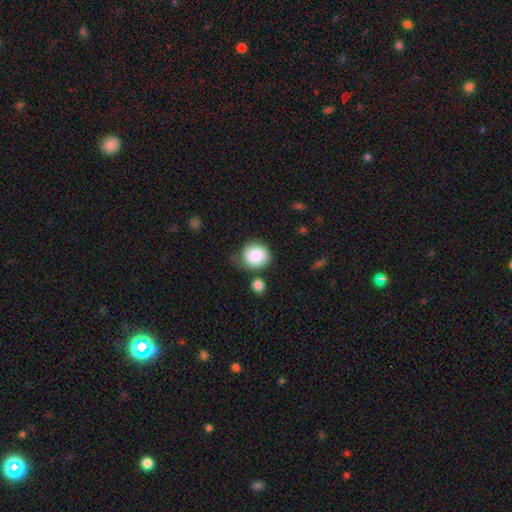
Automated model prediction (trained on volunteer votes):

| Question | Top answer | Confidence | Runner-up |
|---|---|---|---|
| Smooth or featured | smooth | 86% | star or artifact (7%) |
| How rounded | round | 82% | in between (17%) |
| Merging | none | 54% | minor disturbance (27%) |